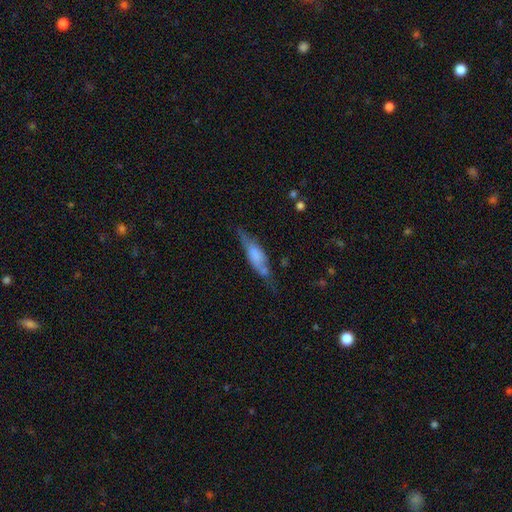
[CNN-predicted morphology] Smooth or featured? Predicted: smooth (p=0.48). Merging? Predicted: none (p=0.54).